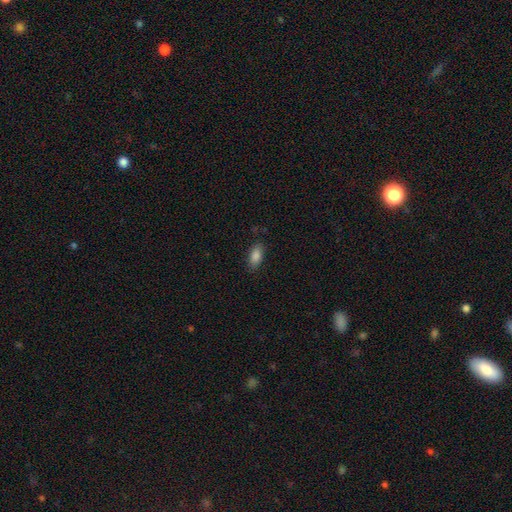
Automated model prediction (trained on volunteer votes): smooth 86%, star or artifact 8%, featured or disk 6%. Down the decision tree: how rounded — in between (88%); merging — none (84%).